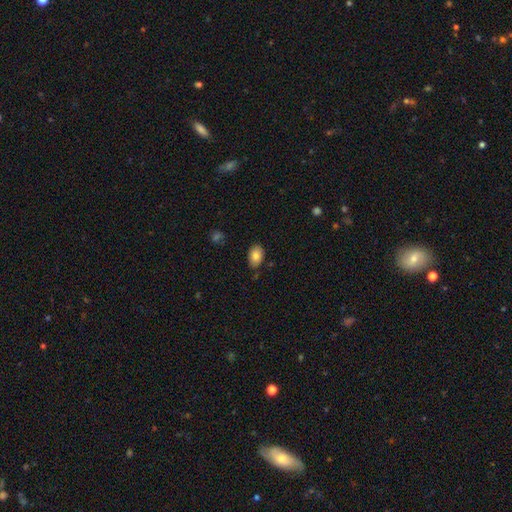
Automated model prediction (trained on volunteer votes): A smooth galaxy with no disk features (82%) that is in between round and cigar-shaped (85%). Merging: none (79%).